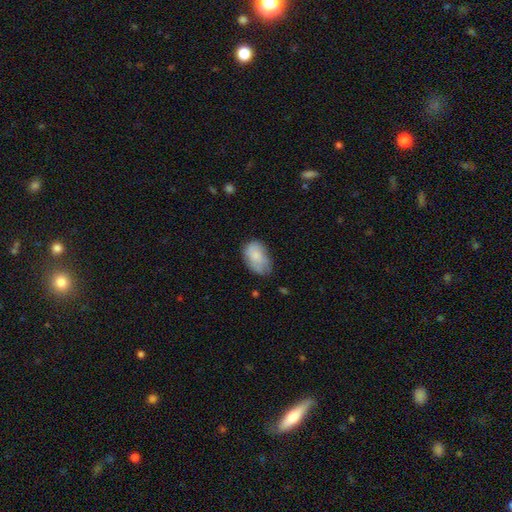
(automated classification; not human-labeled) Smooth or featured? Predicted: smooth (p=0.70). How rounded? Predicted: in between (p=0.88). Merging? Predicted: none (p=0.53).